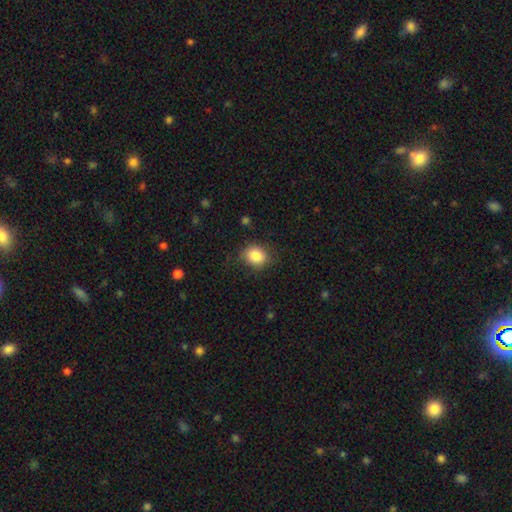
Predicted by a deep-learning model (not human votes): smooth-or-featured: smooth: 85% | star or artifact: 9% | featured or disk: 6%
  how-rounded: round: 54% | in between: 45% | cigar-shaped: 1%
  merging: none: 82% | minor disturbance: 14% | major disturbance: 4% | merger: 1%